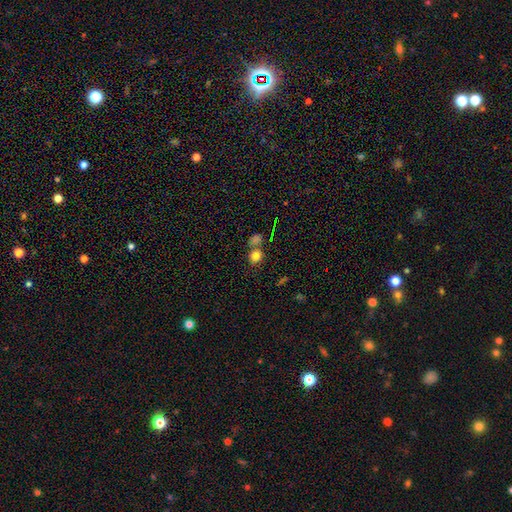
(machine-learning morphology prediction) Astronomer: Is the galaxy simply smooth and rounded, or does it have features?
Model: smooth — 79%.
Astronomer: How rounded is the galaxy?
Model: round — 75%.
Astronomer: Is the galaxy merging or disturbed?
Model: none — 61%.